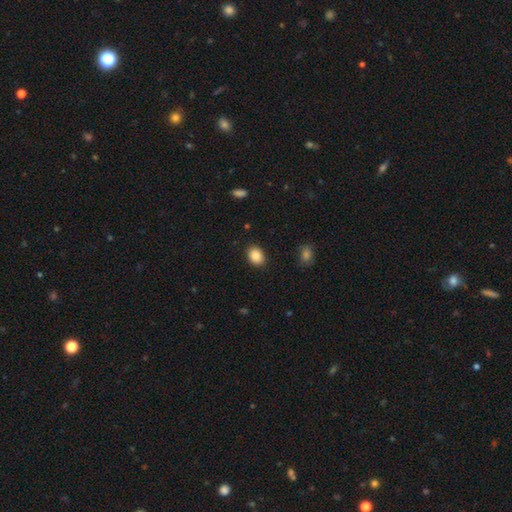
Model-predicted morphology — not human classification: smooth_or_featured: smooth (p=0.88) [alt: star or artifact p=0.08]
how_rounded: in between (p=0.61) [alt: round p=0.38]
merging: none (p=0.88) [alt: minor disturbance p=0.08]